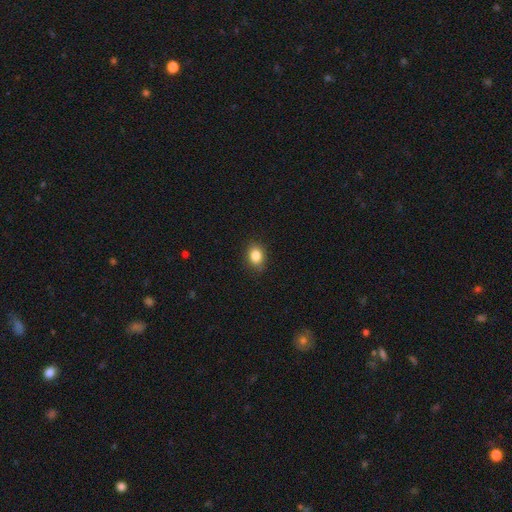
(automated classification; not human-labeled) smooth-or-featured: smooth: 85% | star or artifact: 10% | featured or disk: 6%
  how-rounded: in between: 59% | round: 40% | cigar-shaped: 1%
  merging: none: 86% | minor disturbance: 10% | major disturbance: 2% | merger: 1%